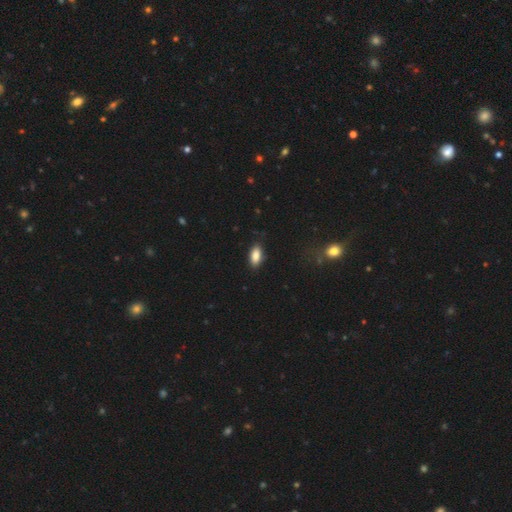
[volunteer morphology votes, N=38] Q: Smooth or featured?
A: smooth (89%); runner-up: featured or disk (5%)
Q: How rounded?
A: in between (76%); runner-up: cigar-shaped (21%)
Q: Merging?
A: none (86%); runner-up: minor disturbance (14%)